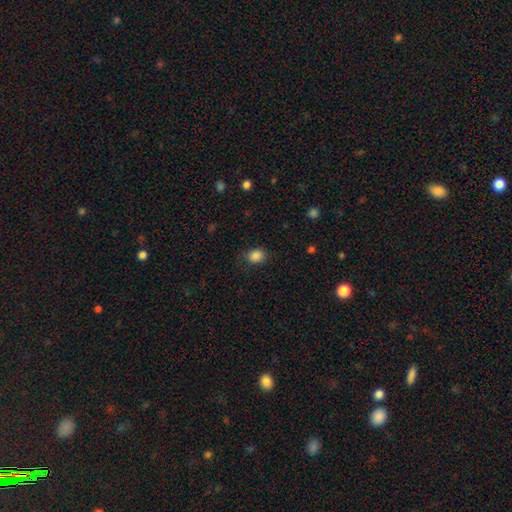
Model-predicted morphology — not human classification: Overall: smooth (86%). How rounded: round (50%; in between 49%). Merging: none (79%).